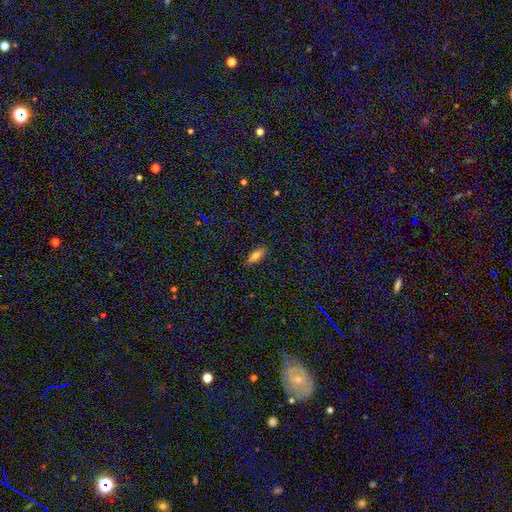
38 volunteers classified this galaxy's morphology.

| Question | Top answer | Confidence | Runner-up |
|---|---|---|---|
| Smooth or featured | smooth | 82% | featured or disk (13%) |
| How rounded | in between | 77% | cigar-shaped (19%) |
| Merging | none | 83% | minor disturbance (11%) |